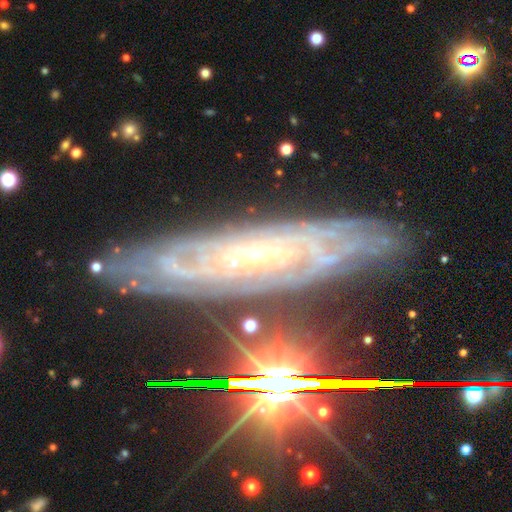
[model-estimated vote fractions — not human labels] Smooth or featured?
  - featured or disk: 82% *
  - star or artifact: 11%
  - smooth: 7%
Edge-on disk?
  - no: 80% *
  - yes: 20%
Bar?
  - no: 60% *
  - weak: 27%
  - strong: 13%
Spiral arms?
  - yes: 97% *
  - no: 3%
Spiral winding?
  - tight: 81% *
  - medium: 16%
  - loose: 3%
Spiral arm count?
  - can't tell: 39% *
  - 4: 15%
  - more than 4: 14%
  - 3: 13%
  - 2: 13%
  - 1: 7%
Bulge size?
  - small: 82% *
  - moderate: 13%
  - none: 2%
  - large: 1%
  - dominant: 1%
Merging?
  - none: 81% *
  - minor disturbance: 13%
  - major disturbance: 4%
  - merger: 2%